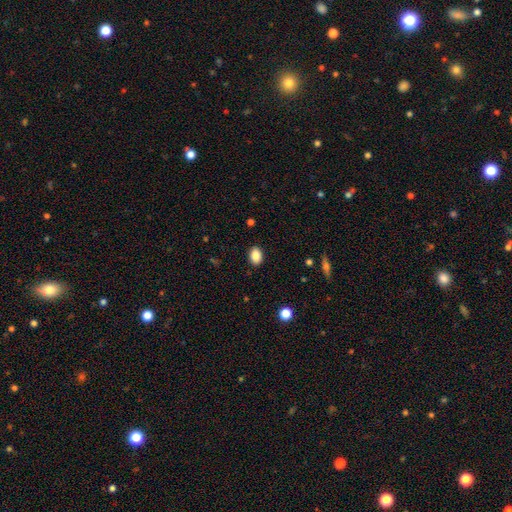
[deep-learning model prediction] Smooth or featured? smooth (87%)
How rounded? in between (78%)
Merging? none (89%)